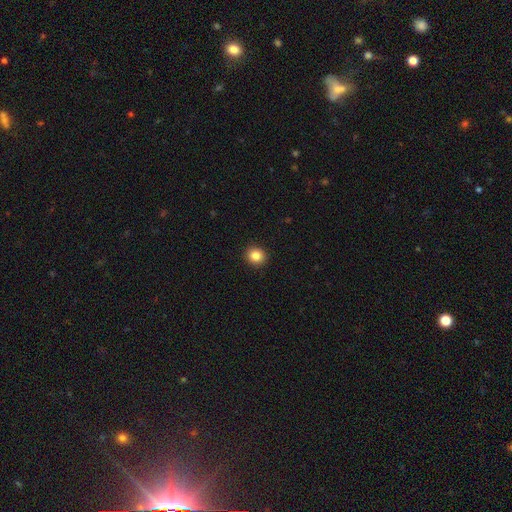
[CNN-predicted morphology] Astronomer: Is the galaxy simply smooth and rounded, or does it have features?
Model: smooth — 85%.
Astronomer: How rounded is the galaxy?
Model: round — 86%.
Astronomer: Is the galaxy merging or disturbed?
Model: none — 92%.